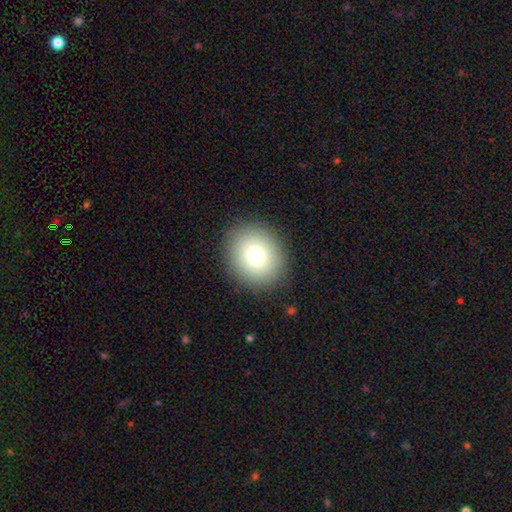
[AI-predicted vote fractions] smooth-or-featured: smooth: 77% | star or artifact: 12% | featured or disk: 11%
  how-rounded: round: 76% | in between: 23% | cigar-shaped: 1%
  merging: none: 89% | minor disturbance: 7% | major disturbance: 3% | merger: 1%